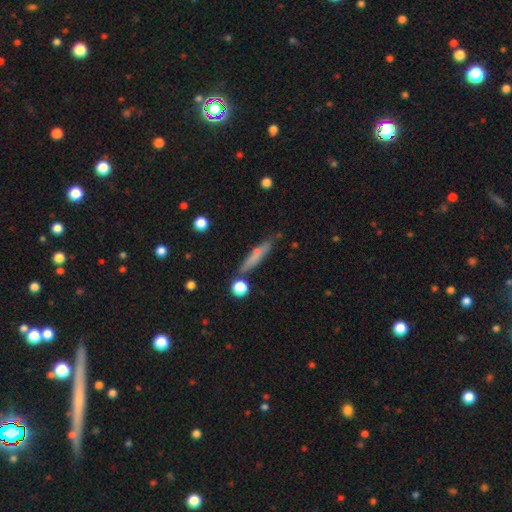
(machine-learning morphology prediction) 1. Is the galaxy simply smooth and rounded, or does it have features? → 64% smooth, 28% featured or disk, 8% star or artifact.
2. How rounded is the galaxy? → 87% cigar-shaped, 10% in between, 3% round.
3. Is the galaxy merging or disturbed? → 77% none, 14% minor disturbance, 6% merger, 3% major disturbance.